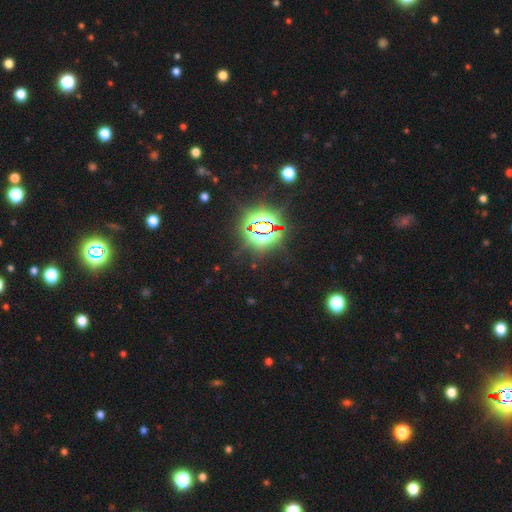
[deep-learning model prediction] This appears to be a star or artifact, not a galaxy (83%).